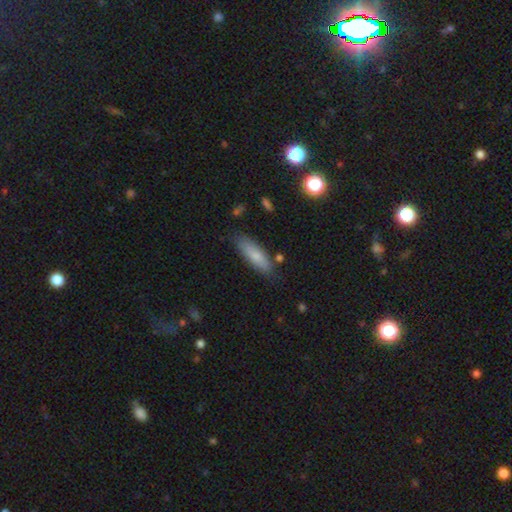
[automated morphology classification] type=smooth (77%); roundness=in between (50%); merging=none (77%).